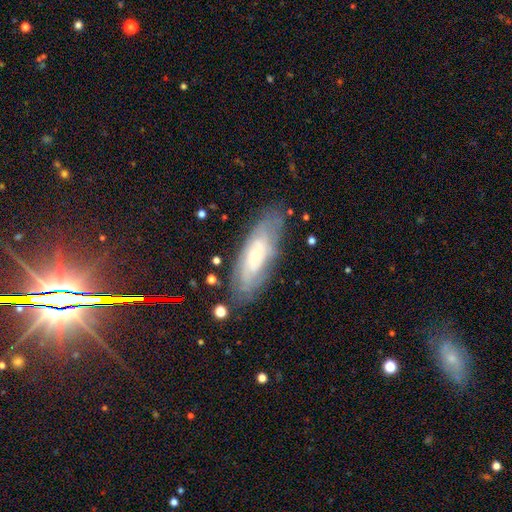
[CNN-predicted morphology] This appears to be a featured or disk galaxy (66%) with no bar (79%), spiral arms (73%) and a small central bulge (76%). Merging: none (75%).